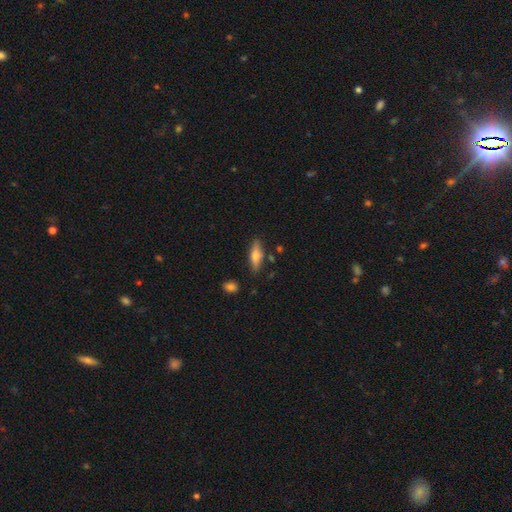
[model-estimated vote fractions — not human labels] smooth 58%, featured or disk 35%, star or artifact 7%. Down the decision tree: how rounded — cigar-shaped (54%); merging — none (82%).